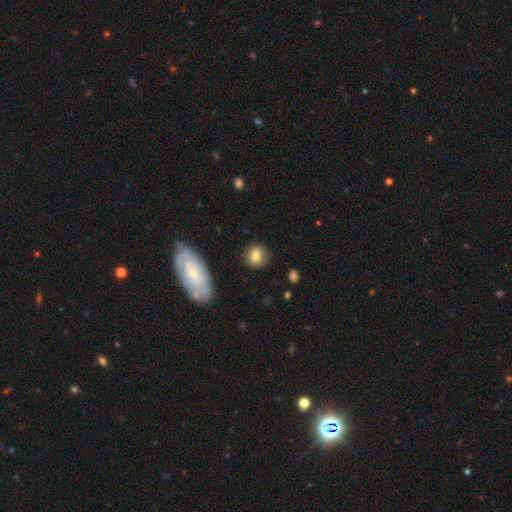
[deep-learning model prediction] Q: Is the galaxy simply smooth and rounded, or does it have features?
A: smooth — 78%.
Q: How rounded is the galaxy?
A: round — 81%.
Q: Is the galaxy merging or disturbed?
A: none — 85%.